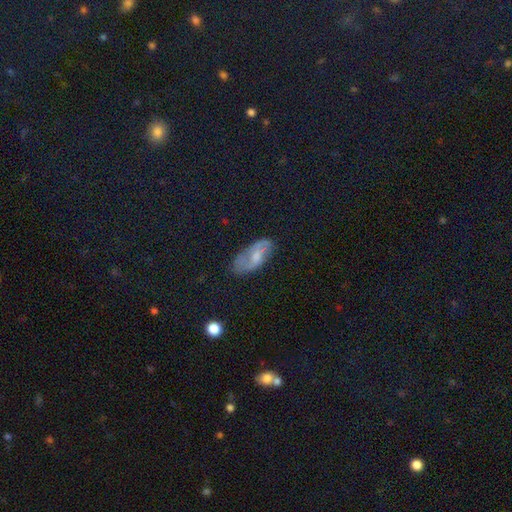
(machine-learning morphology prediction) This appears to be a featured or disk galaxy (52%). Merging: none (66%).